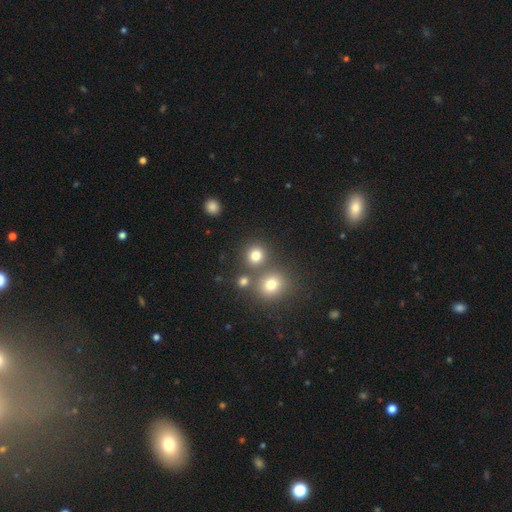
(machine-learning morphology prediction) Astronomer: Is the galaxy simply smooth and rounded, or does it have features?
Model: smooth — 78%.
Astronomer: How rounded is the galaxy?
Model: round — 88%.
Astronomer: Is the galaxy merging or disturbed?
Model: none — 73%.